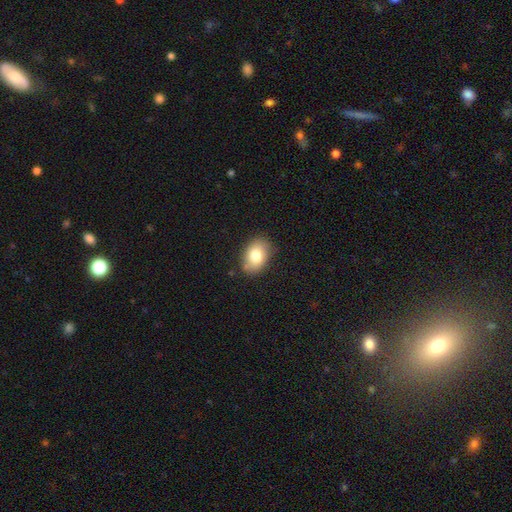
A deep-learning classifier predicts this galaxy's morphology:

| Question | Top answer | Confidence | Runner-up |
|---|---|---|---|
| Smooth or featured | smooth | 78% | featured or disk (14%) |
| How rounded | in between | 84% | round (15%) |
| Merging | none | 82% | minor disturbance (13%) |